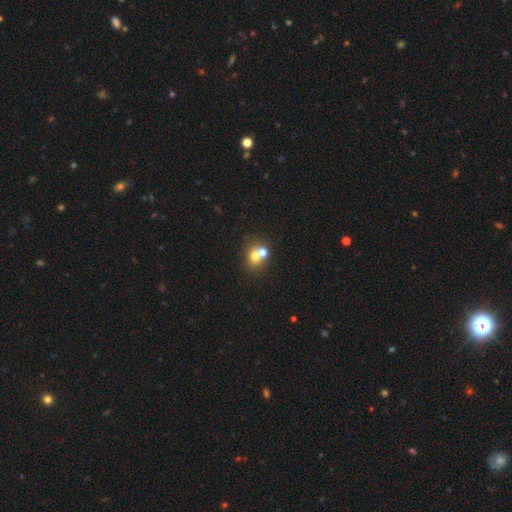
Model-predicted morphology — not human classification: Smooth or featured?
  - smooth: 66% *
  - featured or disk: 18%
  - star or artifact: 15%
How rounded?
  - round: 70% *
  - in between: 29%
  - cigar-shaped: 1%
Merging?
  - merger: 49% *
  - none: 41%
  - minor disturbance: 7%
  - major disturbance: 3%